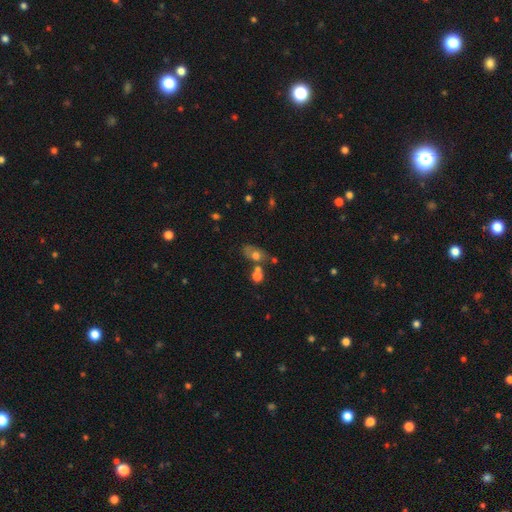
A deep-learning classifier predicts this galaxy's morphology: The model was most divided on "merging": none: 45%, merger: 27%, minor disturbance: 18%, major disturbance: 10%. More confident: how rounded — in between (64%); smooth or featured — smooth (61%).